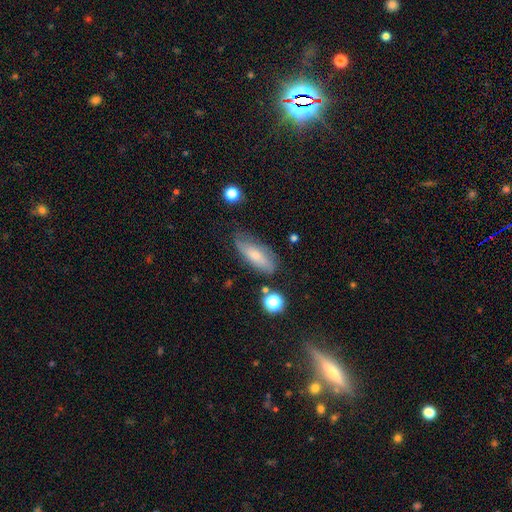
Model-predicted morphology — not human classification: A smooth galaxy with no disk features (57%) that is in between round and cigar-shaped (65%). Merging: none (61%).